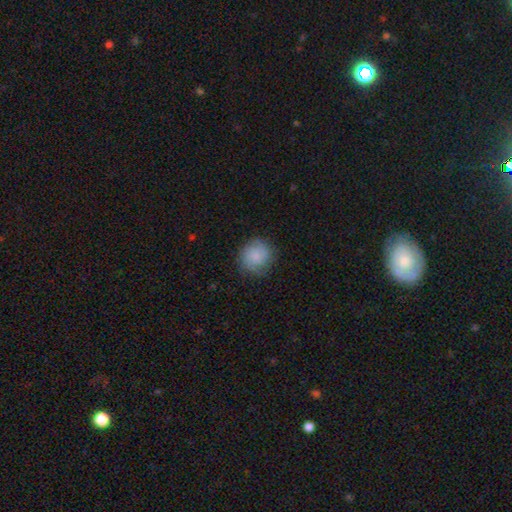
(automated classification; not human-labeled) Smooth or featured? Predicted: smooth (p=0.74). How rounded? Predicted: round (p=0.88). Merging? Predicted: none (p=0.72).